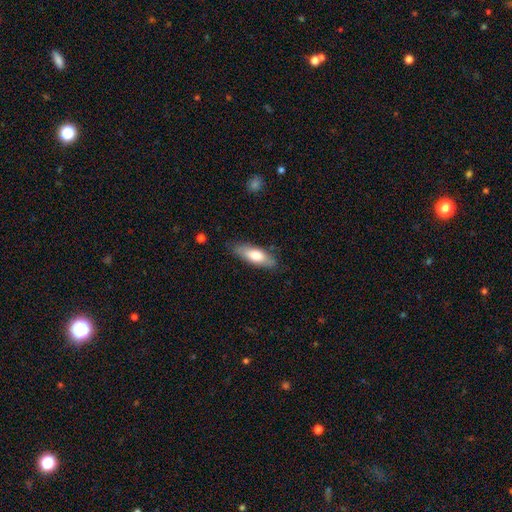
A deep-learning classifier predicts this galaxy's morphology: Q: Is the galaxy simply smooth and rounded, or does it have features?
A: smooth — 70%.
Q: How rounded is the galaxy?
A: in between — 64%.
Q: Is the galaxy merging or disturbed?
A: none — 79%.